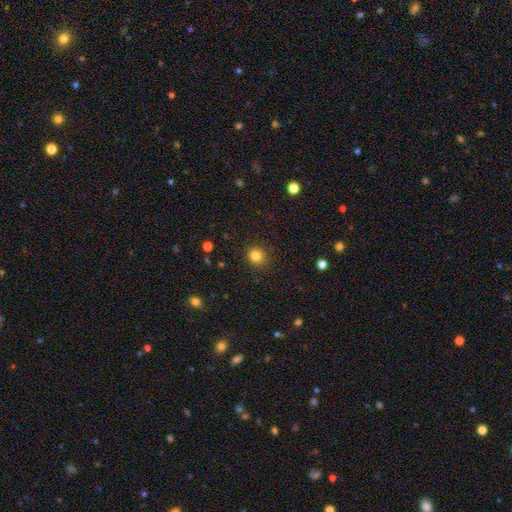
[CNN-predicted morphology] type=smooth (83%); roundness=round (87%); merging=none (89%).